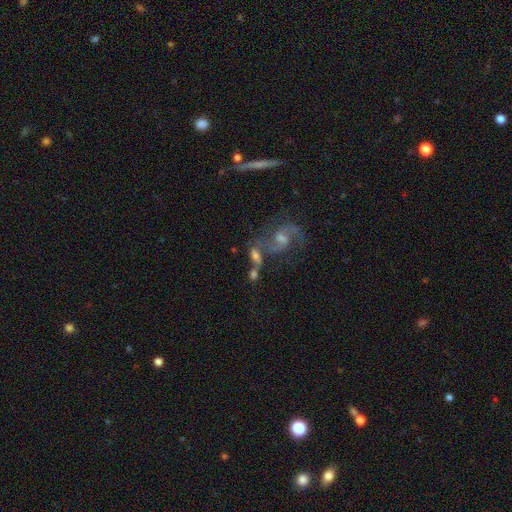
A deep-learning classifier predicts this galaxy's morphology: This is possibly a featured or disk galaxy (47%). Merging: possibly merger (48%).